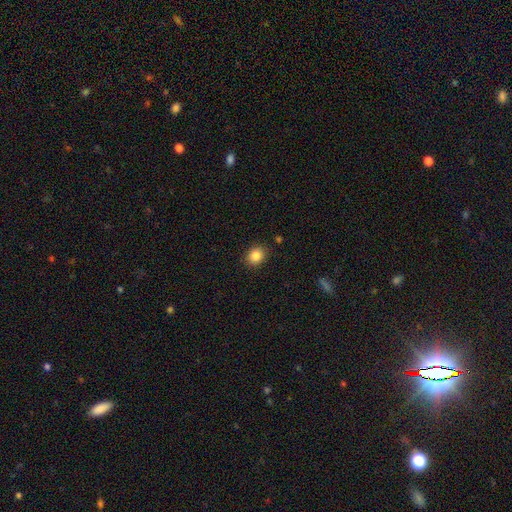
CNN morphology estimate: smooth-or-featured: smooth: 86% | star or artifact: 10% | featured or disk: 5%
  how-rounded: round: 61% | in between: 38% | cigar-shaped: 1%
  merging: none: 88% | minor disturbance: 8% | major disturbance: 2% | merger: 1%